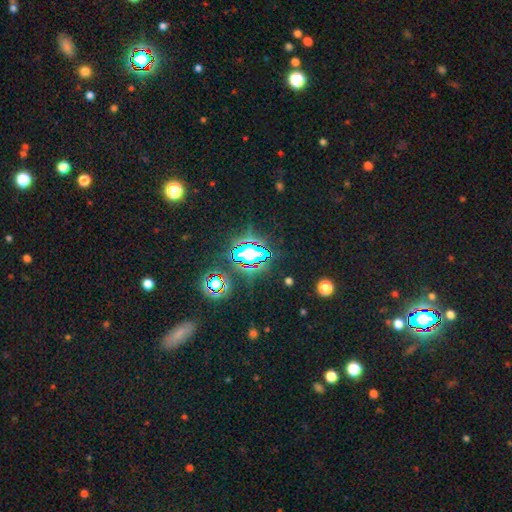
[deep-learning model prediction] Smooth or featured: star or artifact — 80% (smooth — 12%)